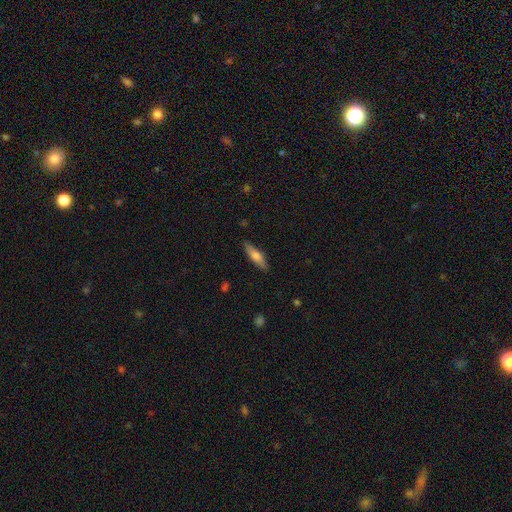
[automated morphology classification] smooth 68%, featured or disk 26%, star or artifact 6%. Down the decision tree: how rounded — cigar-shaped (66%); merging — none (87%).